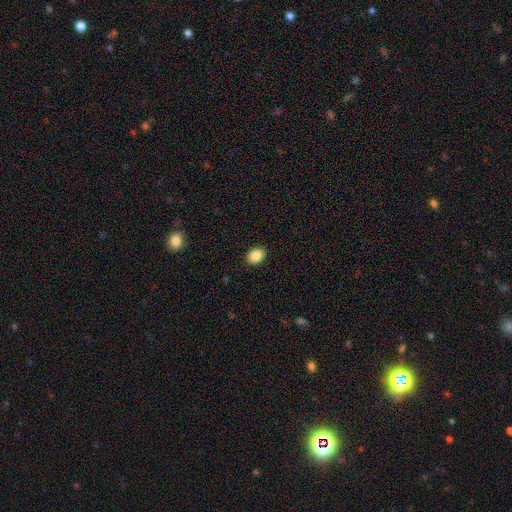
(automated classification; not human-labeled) smooth_or_featured: smooth (p=0.87) [alt: star or artifact p=0.09]
how_rounded: in between (p=0.64) [alt: round p=0.35]
merging: none (p=0.91) [alt: minor disturbance p=0.07]